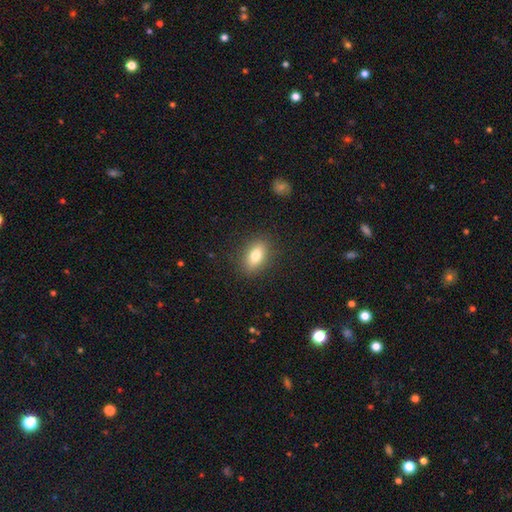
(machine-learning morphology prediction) smooth_or_featured: smooth (p=0.77) [alt: featured or disk p=0.15]
how_rounded: in between (p=0.82) [alt: round p=0.12]
merging: none (p=0.87) [alt: minor disturbance p=0.09]